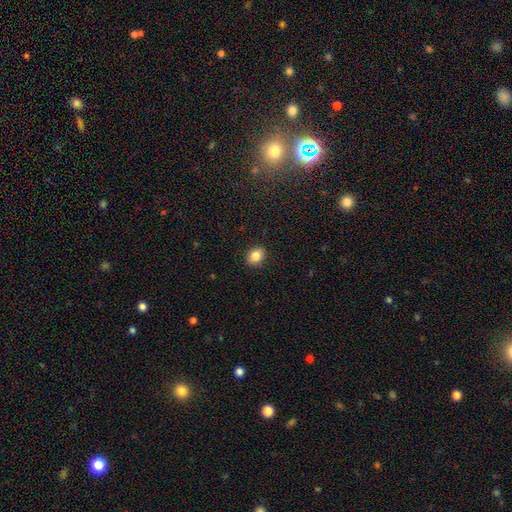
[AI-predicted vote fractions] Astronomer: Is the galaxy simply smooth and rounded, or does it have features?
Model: smooth — 86%.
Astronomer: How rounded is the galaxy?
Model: in between — 62%.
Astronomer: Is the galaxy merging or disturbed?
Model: none — 87%.